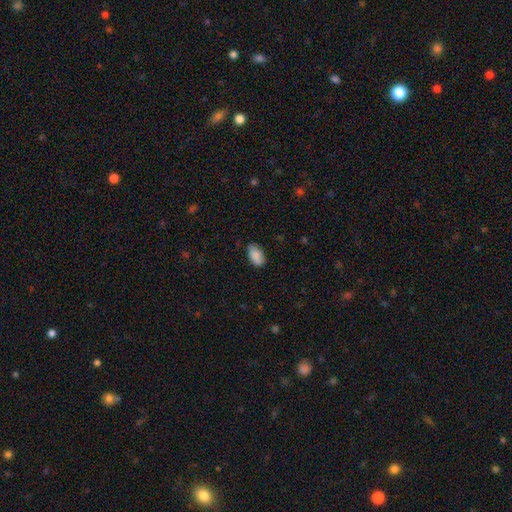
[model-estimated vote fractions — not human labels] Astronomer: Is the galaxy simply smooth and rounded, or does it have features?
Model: smooth — 87%.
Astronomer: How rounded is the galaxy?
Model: in between — 93%.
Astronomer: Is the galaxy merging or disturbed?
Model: none — 77%.